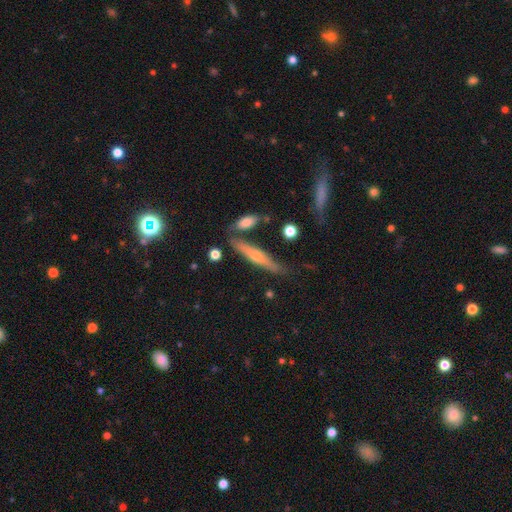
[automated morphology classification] Smooth or featured: featured or disk — 54% (smooth — 38%)
Edge-on disk: yes — 92% (no — 8%)
Merging: none — 75% (minor disturbance — 14%)